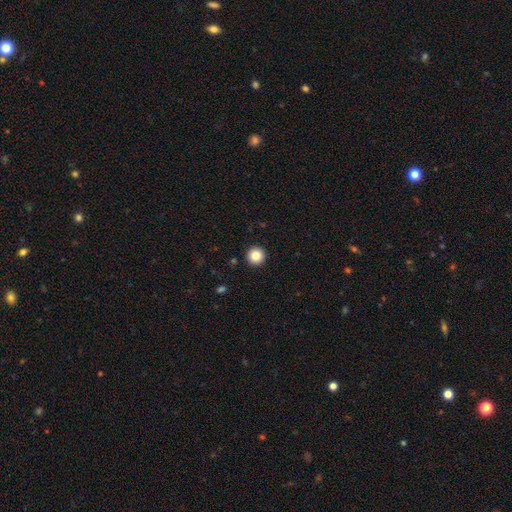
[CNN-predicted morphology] smooth 84%, star or artifact 10%, featured or disk 6%. Down the decision tree: how rounded — round (96%); merging — none (94%).